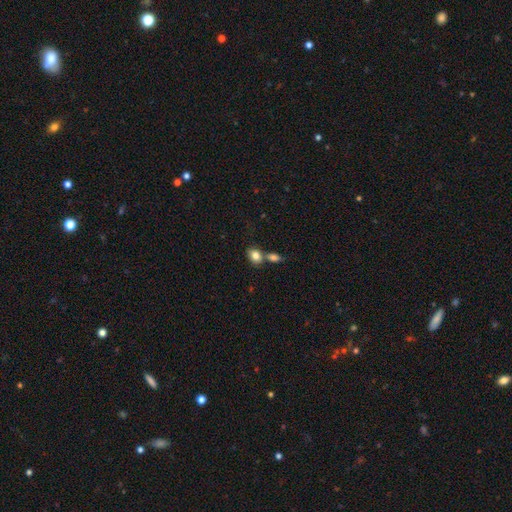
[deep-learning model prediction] Morphology: type=smooth (82%); roundness=in between (64%); merging=none (46%).